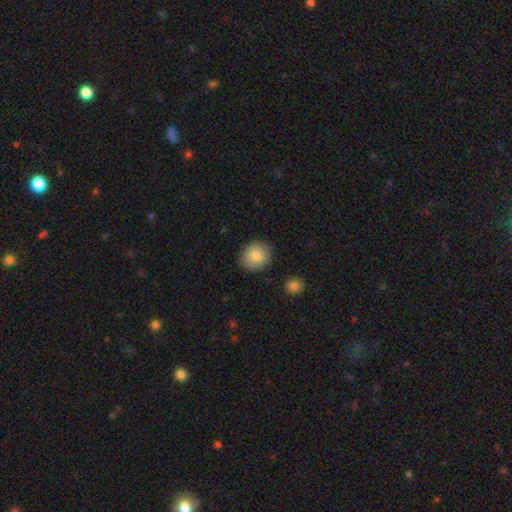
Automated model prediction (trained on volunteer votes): A smooth galaxy with no disk features (84%) that is round (77%).

Vote fractions:
- Smooth or featured? smooth: 84% / featured or disk: 9% / star or artifact: 7%
- How rounded? round: 77% / in between: 22% / cigar-shaped: 1%
- Merging? none: 86% / minor disturbance: 9% / major disturbance: 3% / merger: 2%